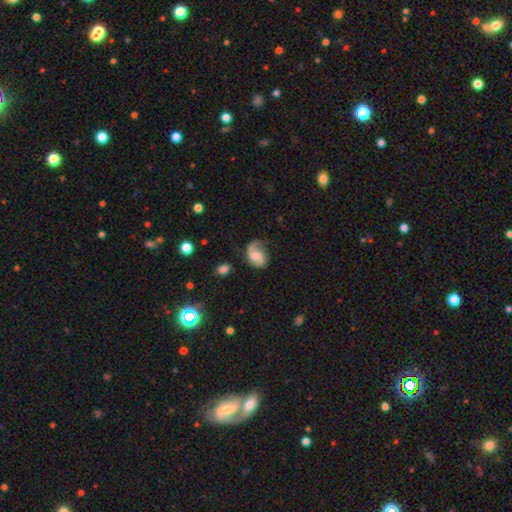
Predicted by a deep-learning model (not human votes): Smooth or featured? featured or disk (63%)
Edge-on disk? no (97%)
Bar? no (56%)
Spiral arms? yes (92%)
Spiral winding? loose (45%)
Spiral arm count? 2 (67%)
Bulge size? moderate (31%)
Merging? none (52%)